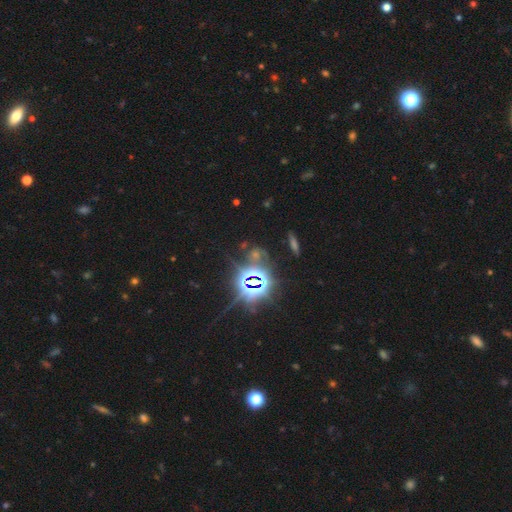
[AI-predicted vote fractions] smooth-or-featured: star or artifact: 77% | smooth: 13% | featured or disk: 10%